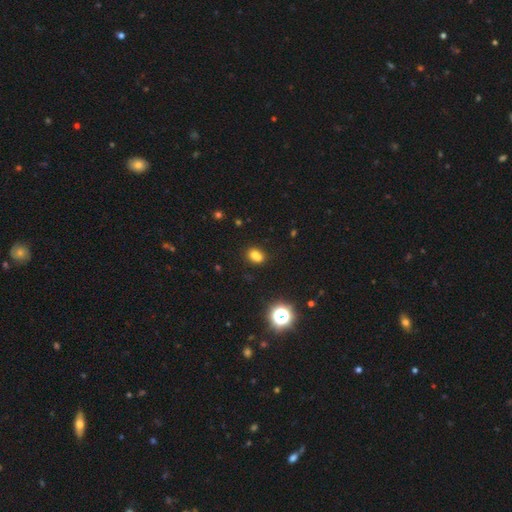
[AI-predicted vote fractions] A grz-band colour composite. It shows a smooth galaxy with no disk features (72%) that is in between round and cigar-shaped (54%). Merging: none (48%).